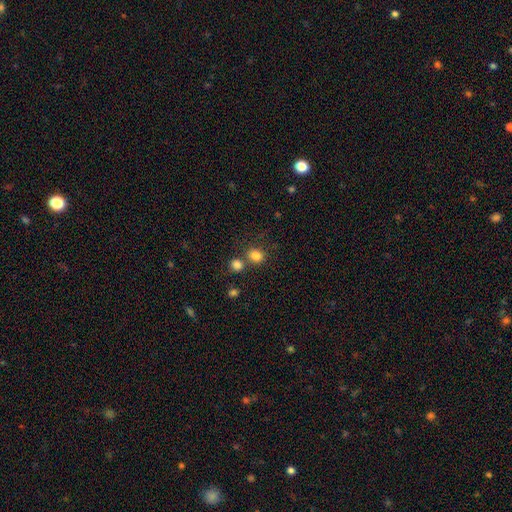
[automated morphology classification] This is clearly a smooth galaxy (82%). How rounded: likely round (75%). Merging: likely none (63%).